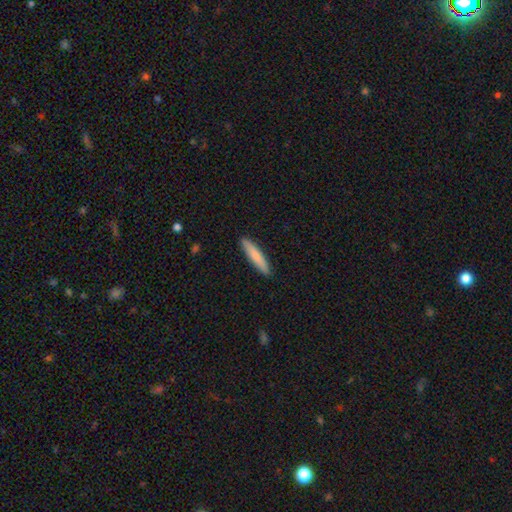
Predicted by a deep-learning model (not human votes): Smooth or featured: smooth — 80% (featured or disk — 14%)
How rounded: cigar-shaped — 90% (in between — 9%)
Merging: none — 91% (minor disturbance — 7%)